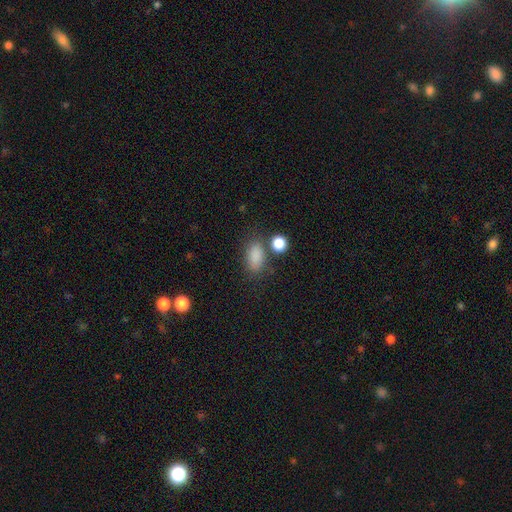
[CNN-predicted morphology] This is clearly a smooth galaxy (85%). How rounded: clearly in between (84%). Merging: likely none (69%).